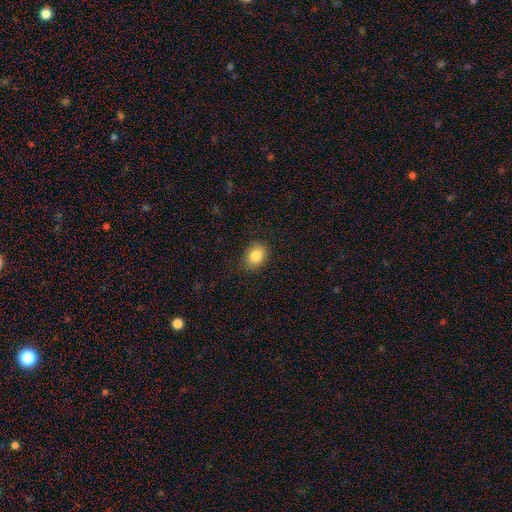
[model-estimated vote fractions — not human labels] Smooth or featured? Predicted: smooth (p=0.84). How rounded? Predicted: in between (p=0.56). Merging? Predicted: none (p=0.85).